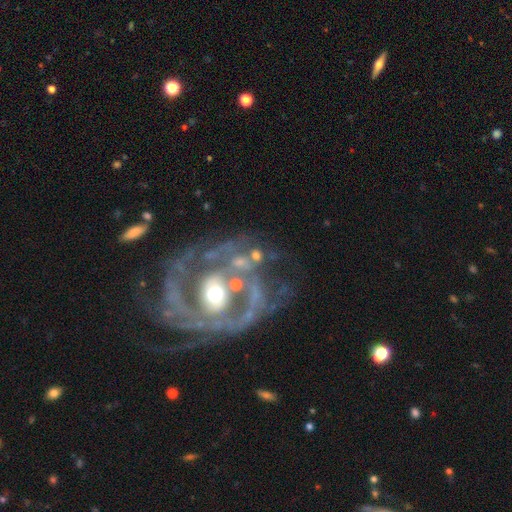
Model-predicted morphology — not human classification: This appears to be a featured or disk galaxy (87%) with no bar (61%), 2 (39%) tight (47%) spiral arms (87%) and a moderate central bulge (70%). Merging: none (49%).